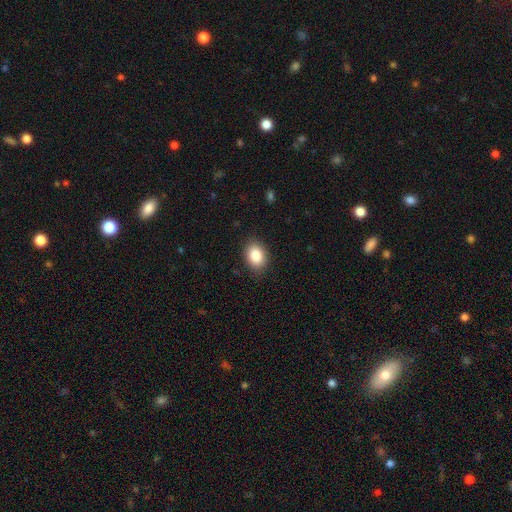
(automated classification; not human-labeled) Overall: smooth (86%). How rounded: in between (75%). Merging: none (86%).